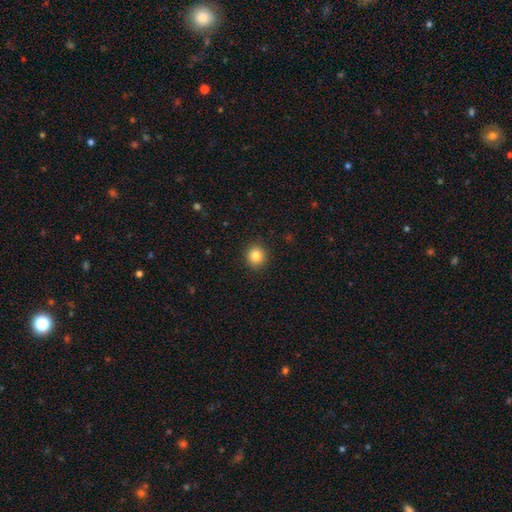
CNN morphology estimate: The model was most divided on "smooth or featured": smooth: 84%, star or artifact: 10%, featured or disk: 5%. More confident: merging — none (92%); how rounded — round (91%).